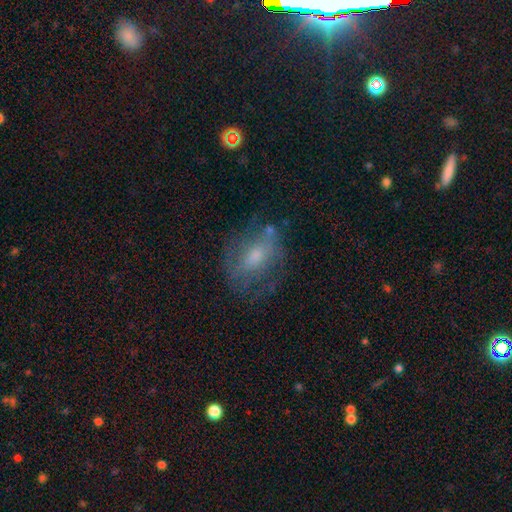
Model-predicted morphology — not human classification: This appears to be a featured or disk galaxy (49%). Merging: none (55%).